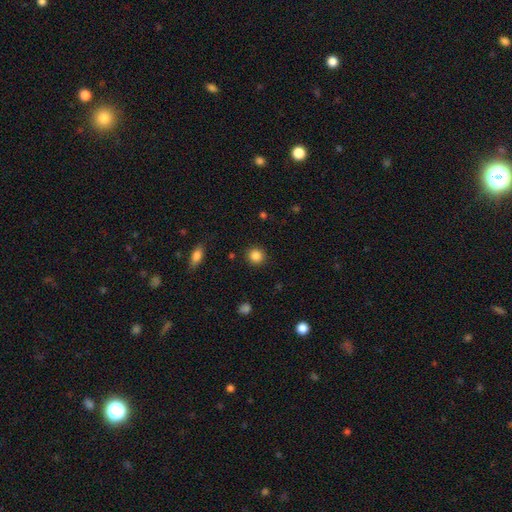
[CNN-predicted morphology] Smooth or featured? smooth (86%)
How rounded? round (91%)
Merging? none (91%)